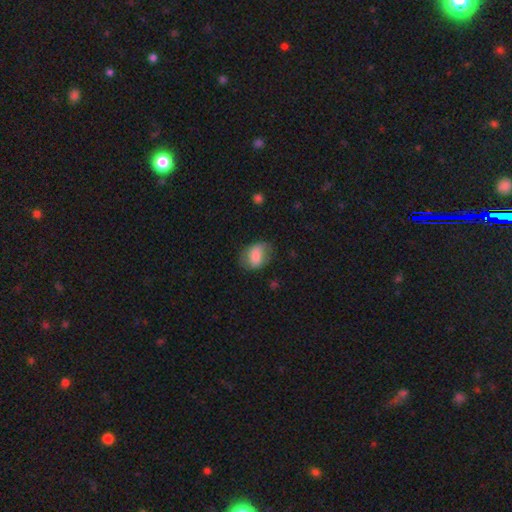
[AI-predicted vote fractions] A smooth galaxy with no disk features (77%) that is in between round and cigar-shaped (77%). Merging: none (57%).